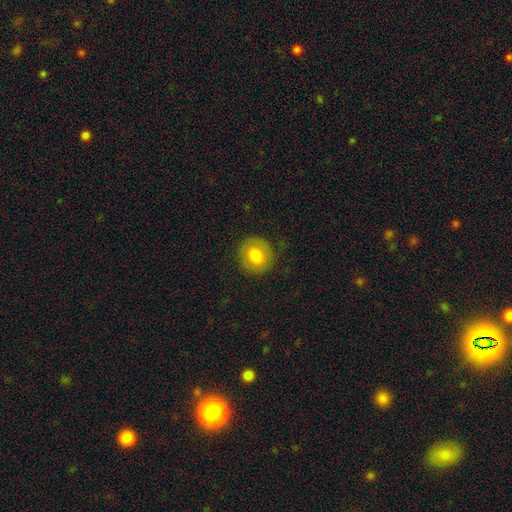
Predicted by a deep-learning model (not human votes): smooth_or_featured: smooth (p=0.78) [alt: featured or disk p=0.13]
how_rounded: round (p=0.87) [alt: in between p=0.12]
merging: none (p=0.85) [alt: minor disturbance p=0.10]